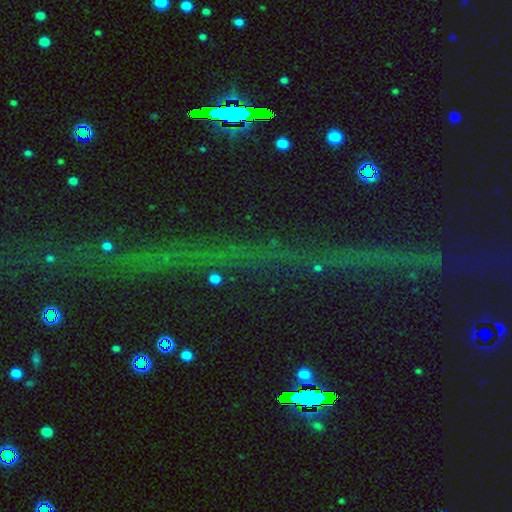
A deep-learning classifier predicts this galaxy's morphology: Q: Smooth or featured?
A: star or artifact (72%); runner-up: featured or disk (17%)